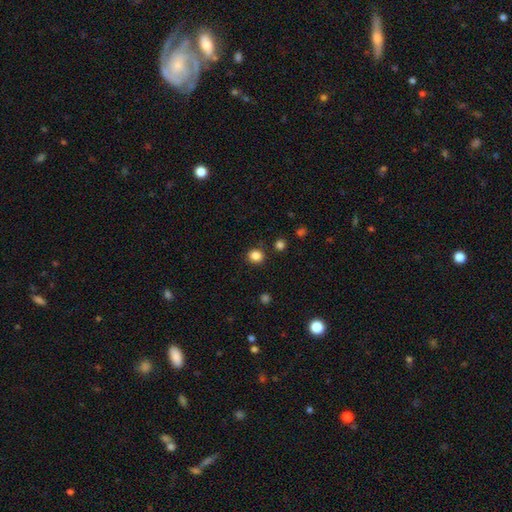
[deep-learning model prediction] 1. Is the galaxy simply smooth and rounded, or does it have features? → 85% smooth, 12% star or artifact, 4% featured or disk.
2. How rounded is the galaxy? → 79% round, 20% in between, 1% cigar-shaped.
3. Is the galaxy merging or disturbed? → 87% none, 8% minor disturbance, 3% merger, 2% major disturbance.